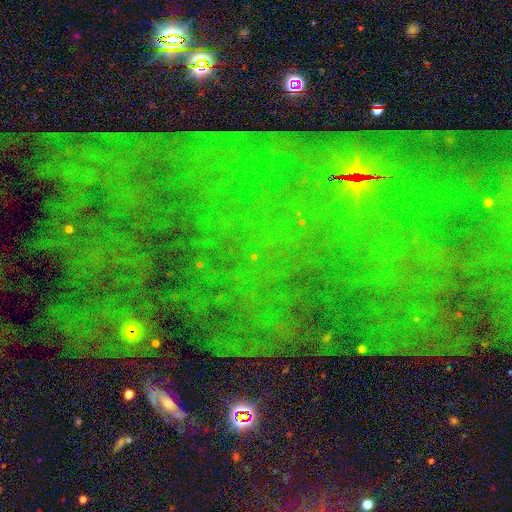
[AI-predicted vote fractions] smooth-or-featured: star or artifact: 78% | featured or disk: 12% | smooth: 10%